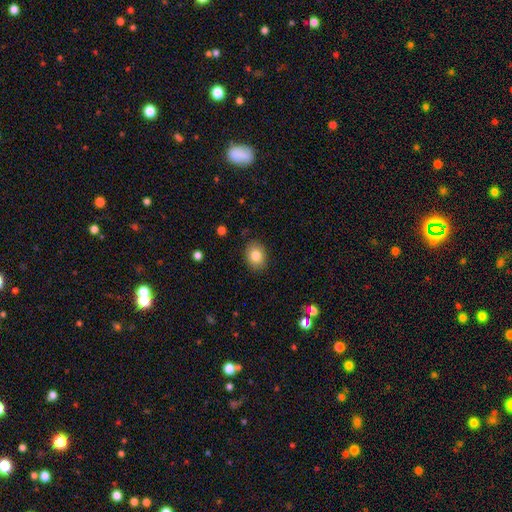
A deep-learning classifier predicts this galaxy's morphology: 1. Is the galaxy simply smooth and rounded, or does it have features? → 83% smooth, 9% star or artifact, 9% featured or disk.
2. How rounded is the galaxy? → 60% in between, 39% round, 1% cigar-shaped.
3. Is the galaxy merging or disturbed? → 87% none, 10% minor disturbance, 2% major disturbance, 1% merger.